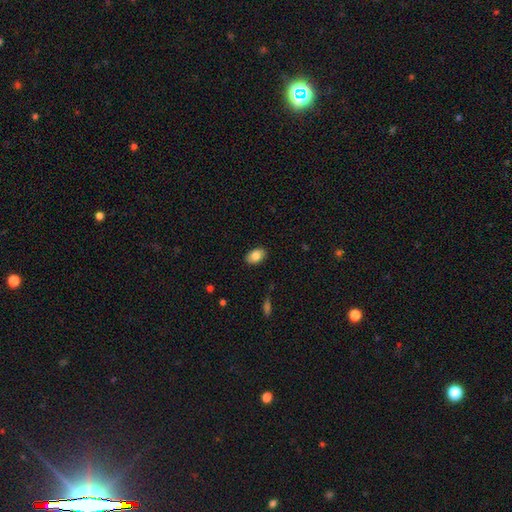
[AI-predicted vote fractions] smooth-or-featured: smooth: 84% | featured or disk: 9% | star or artifact: 7%
  how-rounded: in between: 90% | round: 9% | cigar-shaped: 1%
  merging: none: 87% | minor disturbance: 9% | major disturbance: 2% | merger: 1%